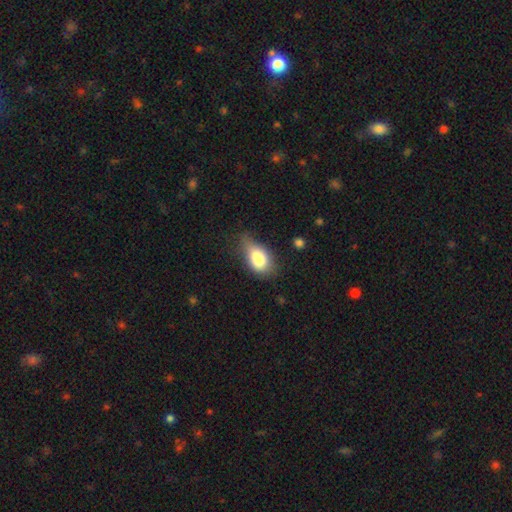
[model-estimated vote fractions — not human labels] This is likely a smooth galaxy (75%). How rounded: clearly in between (84%). Merging: marginally minor disturbance (36%).